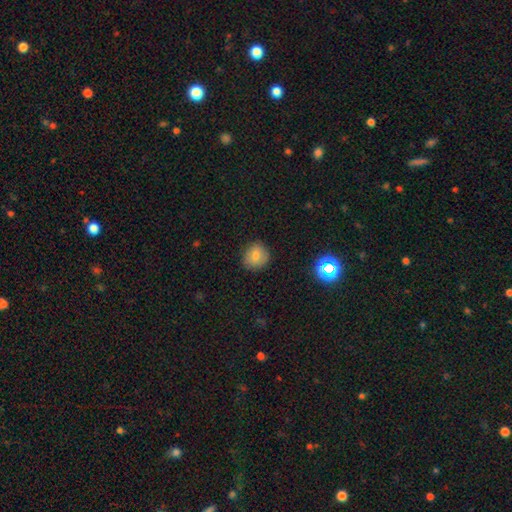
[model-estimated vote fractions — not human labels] A smooth galaxy with no disk features (78%) that is round (86%). Merging: none (85%).